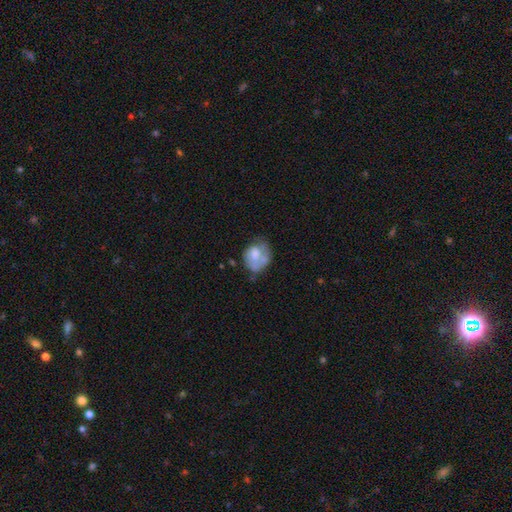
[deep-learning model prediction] Morphology: type=smooth (55%); roundness=in between (51%); merging=none (39%).